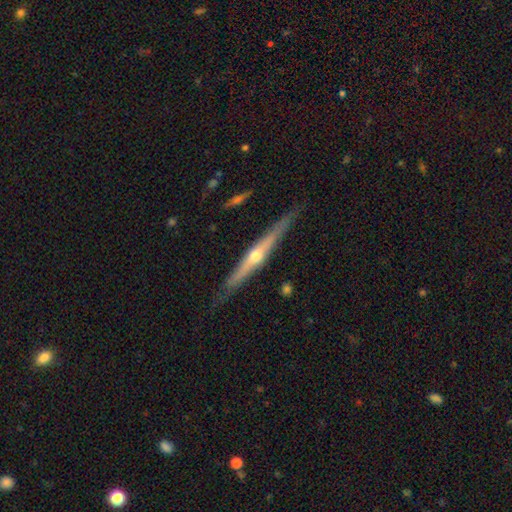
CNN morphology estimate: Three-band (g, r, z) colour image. It shows a featured or disk galaxy (74%) viewed edge-on (96%) with a rounded central bulge (87%). Merging: none (84%).